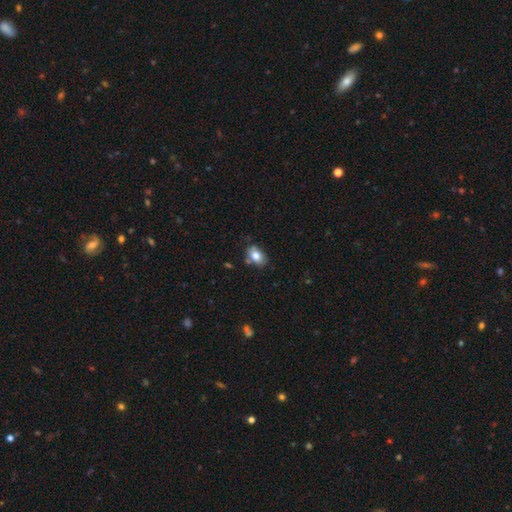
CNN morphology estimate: The model was most divided on "merging": none: 69%, minor disturbance: 19%, merger: 8%, major disturbance: 4%. More confident: how rounded — in between (83%); smooth or featured — smooth (78%).